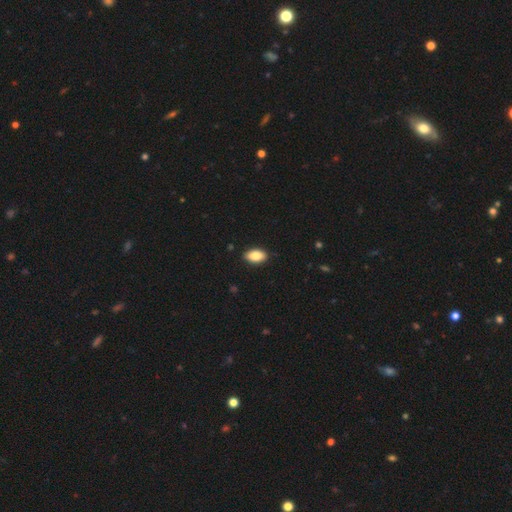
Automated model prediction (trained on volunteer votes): Morphology: type=smooth (85%); roundness=in between (92%); merging=none (89%).